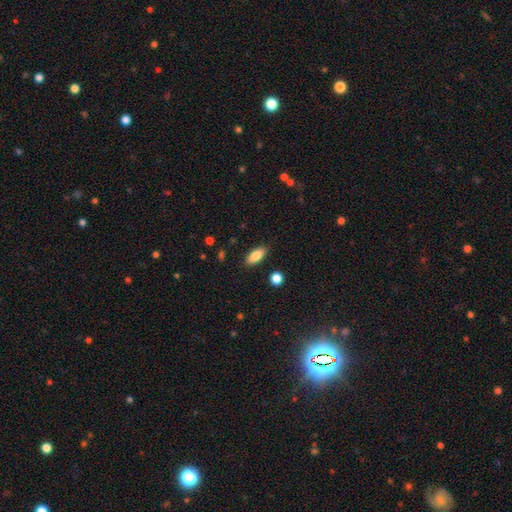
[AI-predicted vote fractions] This is clearly a smooth galaxy (85%). How rounded: clearly in between (83%). Merging: clearly none (87%).